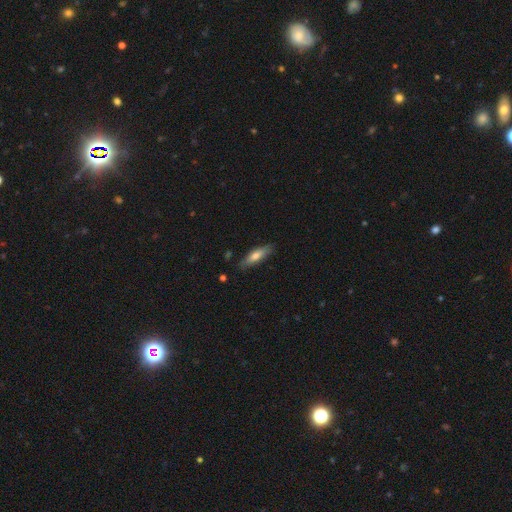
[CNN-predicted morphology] Smooth or featured: smooth — 67% (featured or disk — 28%)
How rounded: cigar-shaped — 61% (in between — 37%)
Merging: none — 82% (minor disturbance — 14%)